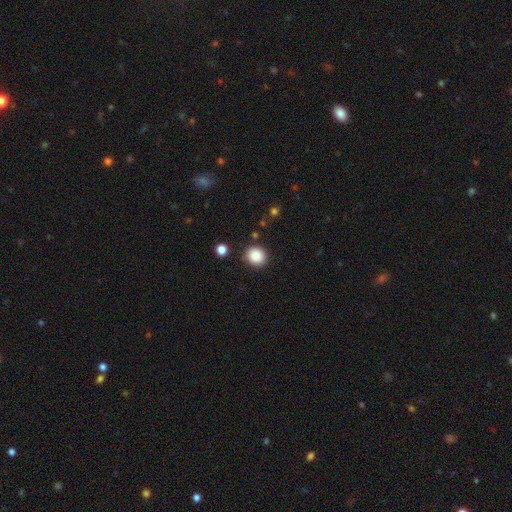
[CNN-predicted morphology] This appears to be a smooth galaxy with no disk features (87%) that is round (84%). Merging: none (87%).